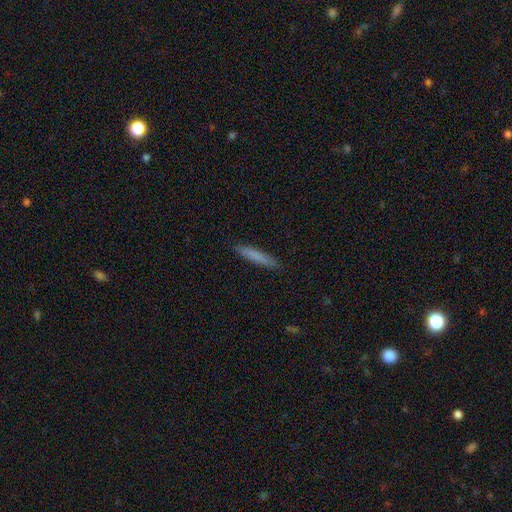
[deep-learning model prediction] Q: Smooth or featured?
A: smooth (79%); runner-up: featured or disk (15%)
Q: How rounded?
A: cigar-shaped (93%); runner-up: in between (5%)
Q: Merging?
A: none (90%); runner-up: minor disturbance (7%)